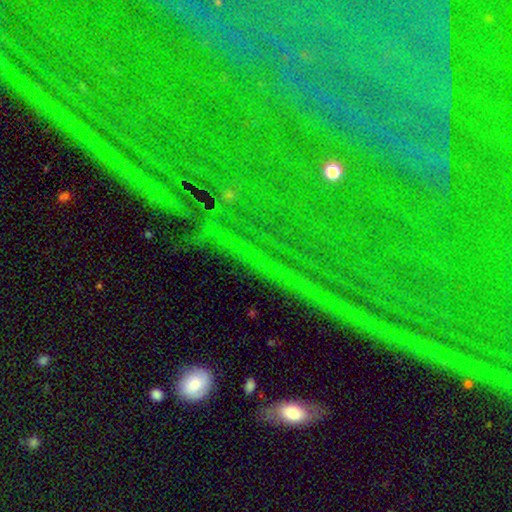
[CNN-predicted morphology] Q: Smooth or featured?
A: star or artifact (79%); runner-up: smooth (11%)